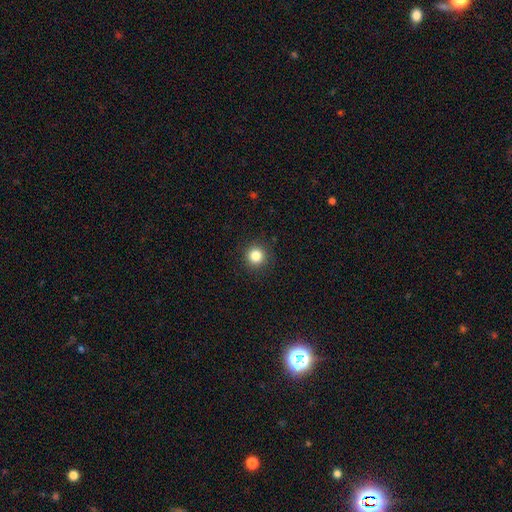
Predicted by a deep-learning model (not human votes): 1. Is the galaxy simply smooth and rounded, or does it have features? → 84% smooth, 12% star or artifact, 5% featured or disk.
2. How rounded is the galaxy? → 94% round, 5% in between, 1% cigar-shaped.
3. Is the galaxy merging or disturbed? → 91% none, 6% minor disturbance, 2% major disturbance, 1% merger.